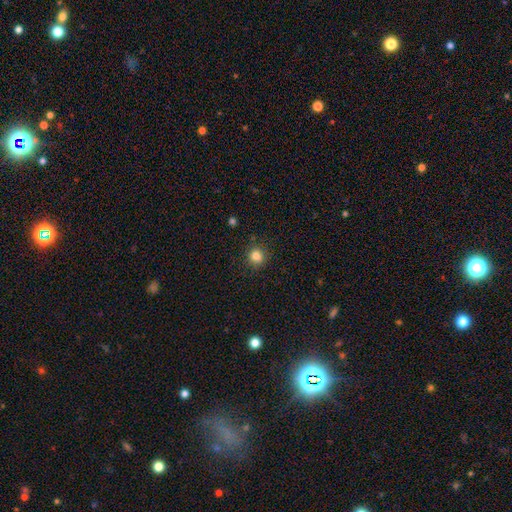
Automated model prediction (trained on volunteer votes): A smooth galaxy with no disk features (83%) that is round (89%). Merging: none (89%).